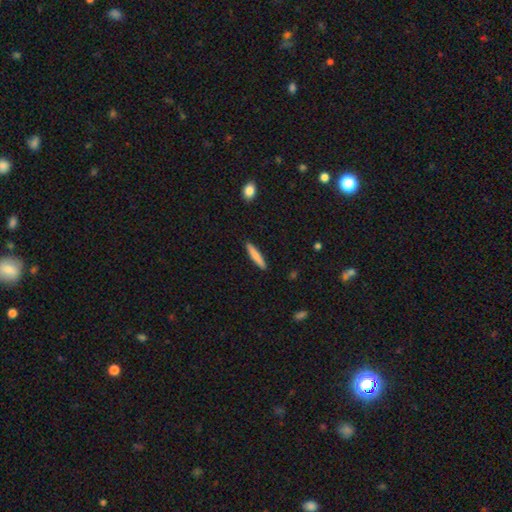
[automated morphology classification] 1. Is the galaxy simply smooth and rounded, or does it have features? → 78% smooth, 17% featured or disk, 6% star or artifact.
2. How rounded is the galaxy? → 91% cigar-shaped, 7% in between, 1% round.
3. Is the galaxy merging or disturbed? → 91% none, 6% minor disturbance, 1% major disturbance, 1% merger.